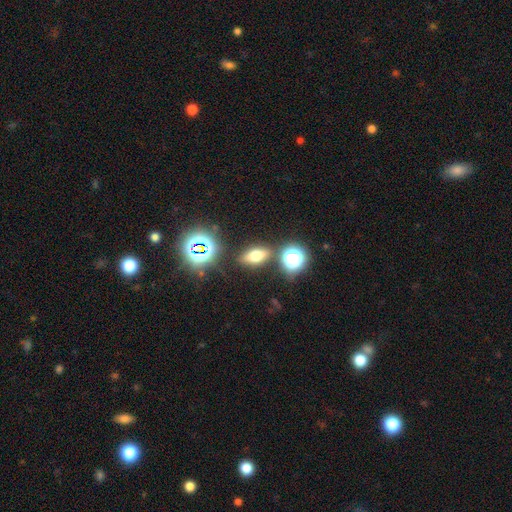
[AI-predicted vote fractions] Q: Smooth or featured?
A: smooth (56%); runner-up: star or artifact (23%)
Q: How rounded?
A: in between (69%); runner-up: round (18%)
Q: Merging?
A: none (82%); runner-up: minor disturbance (9%)